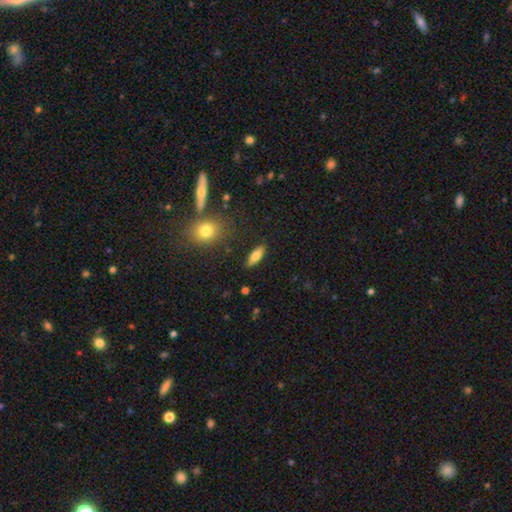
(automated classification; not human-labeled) Smooth or featured? smooth (77%)
How rounded? in between (67%)
Merging? none (85%)